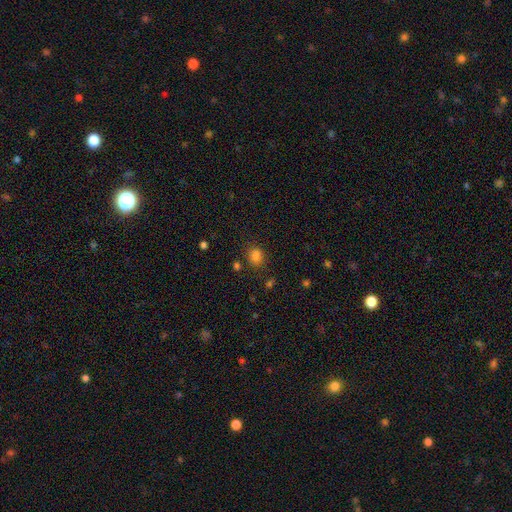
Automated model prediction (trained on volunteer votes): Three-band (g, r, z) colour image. It shows a smooth galaxy with no disk features (79%) that is in between round and cigar-shaped (50%). Merging: none (74%).